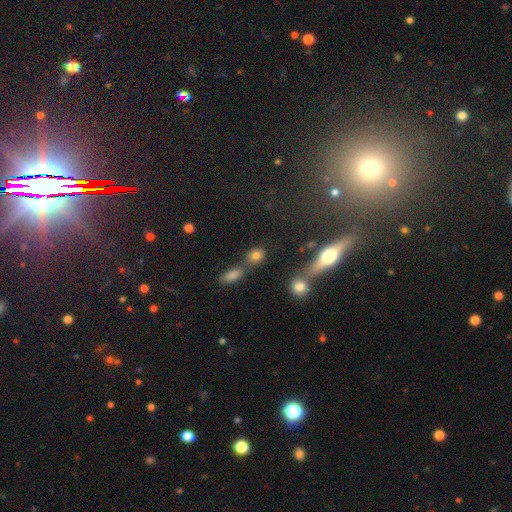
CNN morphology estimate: Smooth or featured? Predicted: smooth (p=0.63). How rounded? Predicted: in between (p=0.44). Merging? Predicted: none (p=0.64).